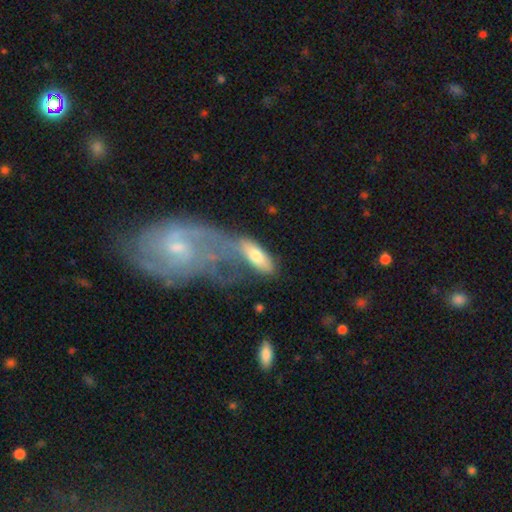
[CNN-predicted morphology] A smooth galaxy with no disk features (64%) that is in between round and cigar-shaped (71%).

Vote fractions:
- Smooth or featured? smooth: 64% / featured or disk: 30% / star or artifact: 6%
- How rounded? in between: 71% / cigar-shaped: 25% / round: 4%
- Merging? none: 36% / merger: 29% / minor disturbance: 18% / major disturbance: 17%